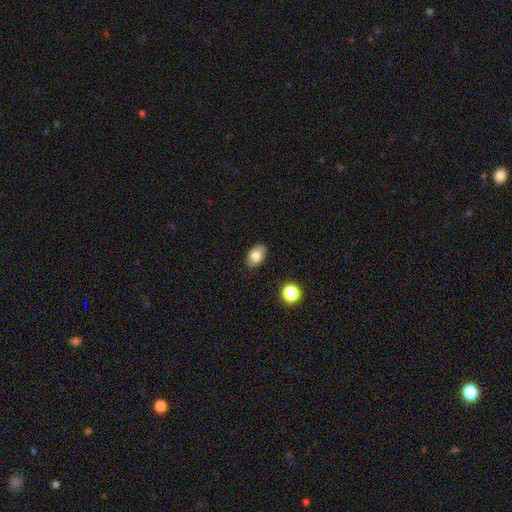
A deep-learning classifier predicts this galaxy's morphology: smooth_or_featured: smooth (p=0.77) [alt: featured or disk p=0.14]
how_rounded: in between (p=0.88) [alt: round p=0.11]
merging: none (p=0.83) [alt: minor disturbance p=0.13]